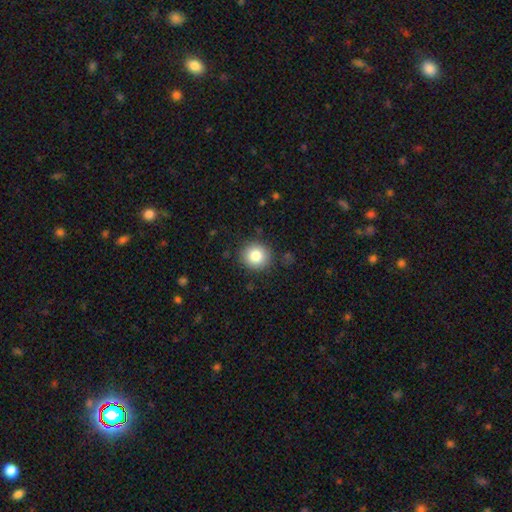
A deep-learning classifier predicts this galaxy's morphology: Smooth or featured: smooth — 83% (star or artifact — 9%)
How rounded: round — 88% (in between — 11%)
Merging: none — 88% (minor disturbance — 8%)